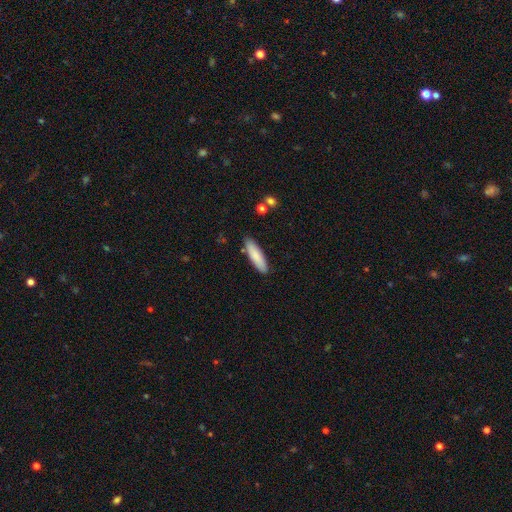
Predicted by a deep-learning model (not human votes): The model was most divided on "how rounded": cigar-shaped: 61%, in between: 38%, round: 1%. More confident: merging — none (86%); smooth or featured — smooth (84%).